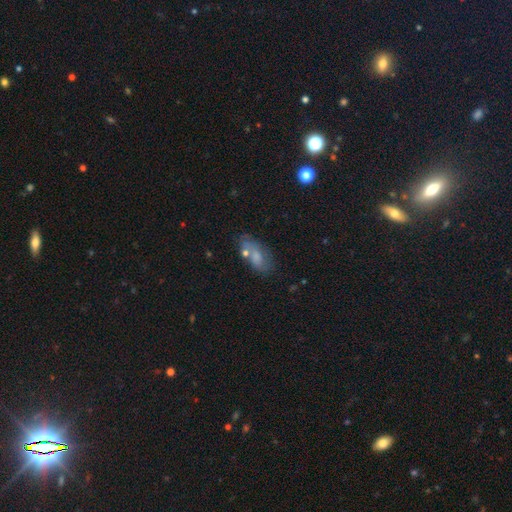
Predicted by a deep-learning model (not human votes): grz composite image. It shows a smooth galaxy with no disk features (54%) that is in between round and cigar-shaped (85%). Merging: none (55%).